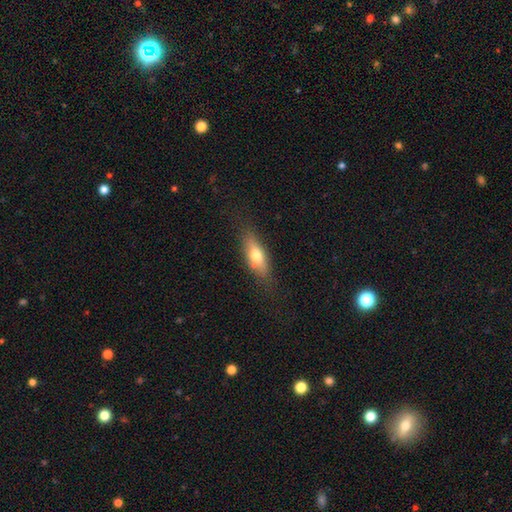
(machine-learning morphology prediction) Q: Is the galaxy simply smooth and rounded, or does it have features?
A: smooth — 61%.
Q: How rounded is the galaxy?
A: in between — 63%.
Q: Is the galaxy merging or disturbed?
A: none — 76%.